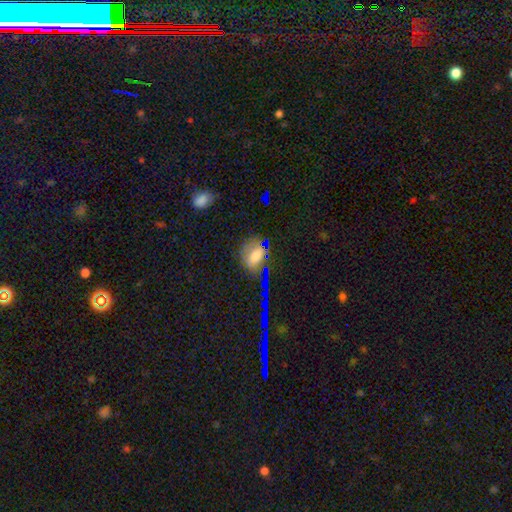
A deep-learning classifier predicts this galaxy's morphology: Overall: smooth (65%). How rounded: in between (65%; round 32%). Merging: none (68%).